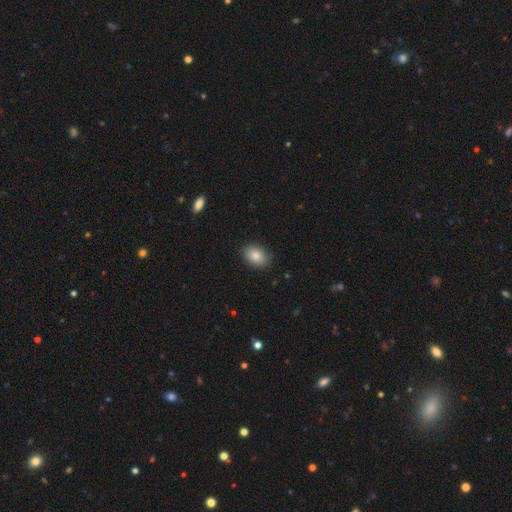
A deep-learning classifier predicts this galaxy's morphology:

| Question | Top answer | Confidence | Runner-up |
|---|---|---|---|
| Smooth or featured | smooth | 86% | star or artifact (8%) |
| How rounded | in between | 75% | round (24%) |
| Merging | none | 86% | minor disturbance (10%) |